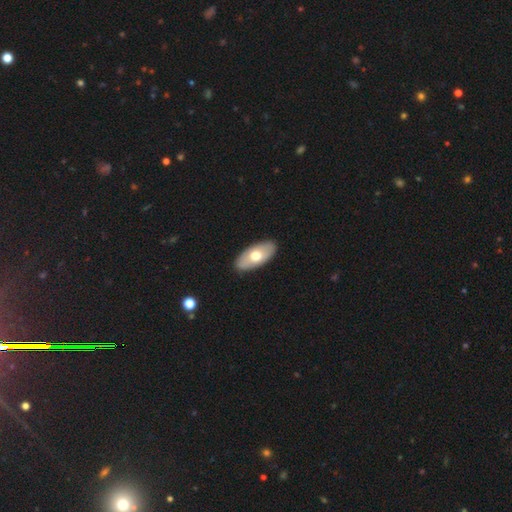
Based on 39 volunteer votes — smooth_or_featured: smooth (p=0.51) [alt: featured or disk p=0.44]
how_rounded: in between (p=0.85) [alt: cigar-shaped p=0.10]
merging: none (p=0.86) [alt: minor disturbance p=0.08]